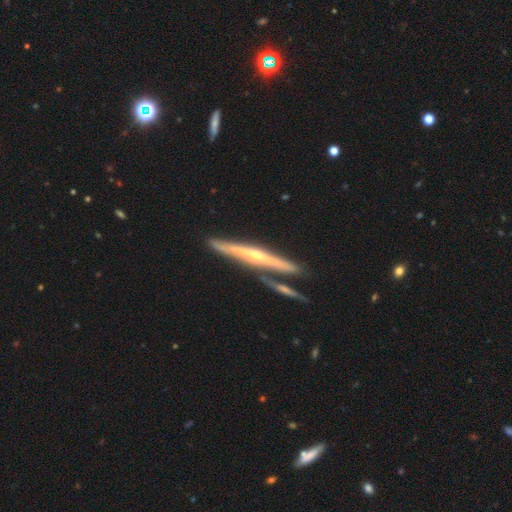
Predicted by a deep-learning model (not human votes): A featured or disk galaxy (78%) viewed edge-on (96%) with a rounded central bulge (70%). Merging: none (69%).